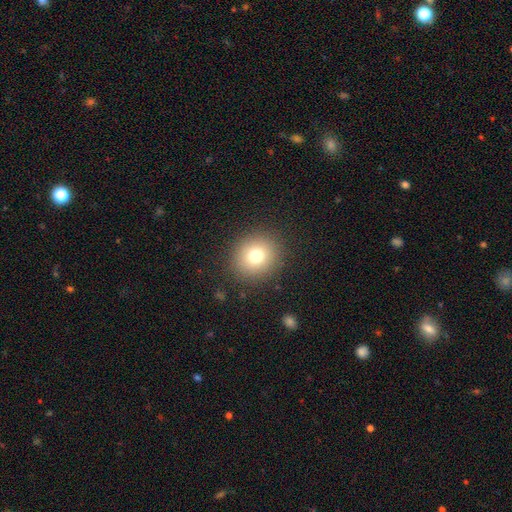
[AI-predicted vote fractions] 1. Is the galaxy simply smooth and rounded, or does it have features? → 76% smooth, 13% star or artifact, 11% featured or disk.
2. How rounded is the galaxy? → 87% round, 12% in between, 1% cigar-shaped.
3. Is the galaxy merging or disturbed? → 89% none, 7% minor disturbance, 3% major disturbance, 1% merger.